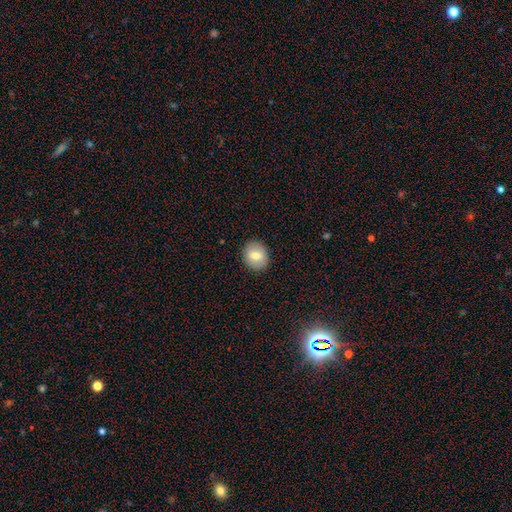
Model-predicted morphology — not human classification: Smooth or featured?
  - smooth: 72% *
  - featured or disk: 20%
  - star or artifact: 8%
How rounded?
  - round: 67% *
  - in between: 32%
  - cigar-shaped: 1%
Merging?
  - none: 89% *
  - minor disturbance: 8%
  - major disturbance: 2%
  - merger: 1%